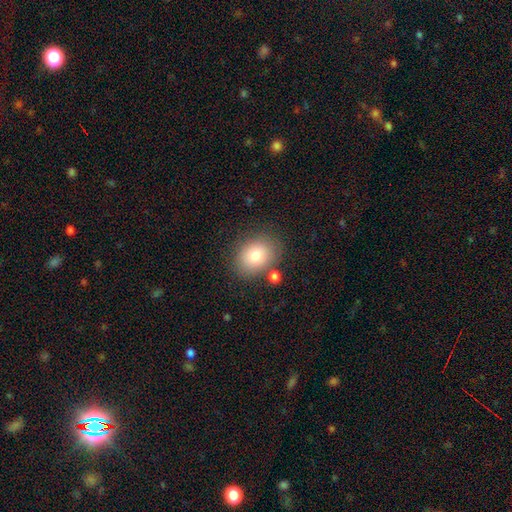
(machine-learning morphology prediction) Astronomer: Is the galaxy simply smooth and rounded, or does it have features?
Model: smooth — 79%.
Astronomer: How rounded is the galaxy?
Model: in between — 51% (runner-up: round, 48%).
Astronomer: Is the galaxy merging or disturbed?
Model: none — 78%.